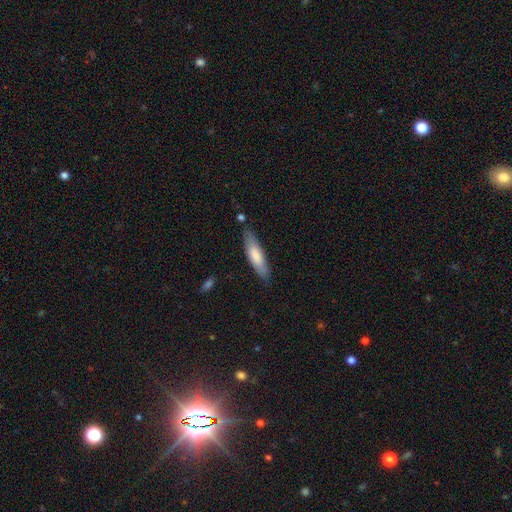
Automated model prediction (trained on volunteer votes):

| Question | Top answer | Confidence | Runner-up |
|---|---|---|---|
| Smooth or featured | smooth | 74% | featured or disk (21%) |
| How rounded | cigar-shaped | 65% | in between (34%) |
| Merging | none | 79% | minor disturbance (15%) |